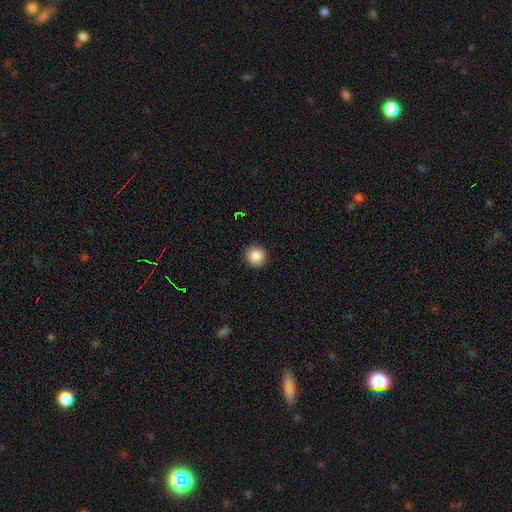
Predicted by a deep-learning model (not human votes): A smooth galaxy with no disk features (88%) that is round (94%). Merging: none (92%).